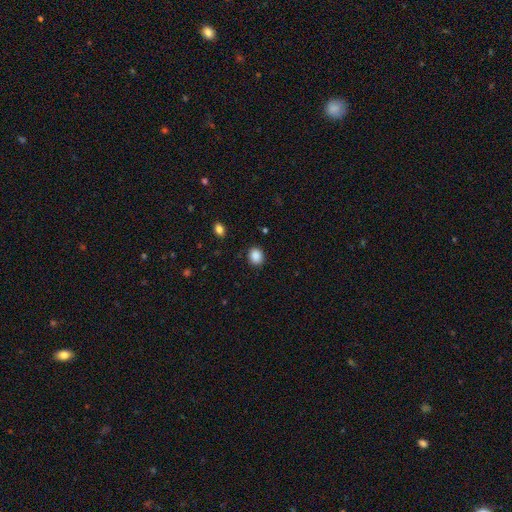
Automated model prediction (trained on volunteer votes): A smooth galaxy with no disk features (88%) that is round (64%). Merging: none (87%).